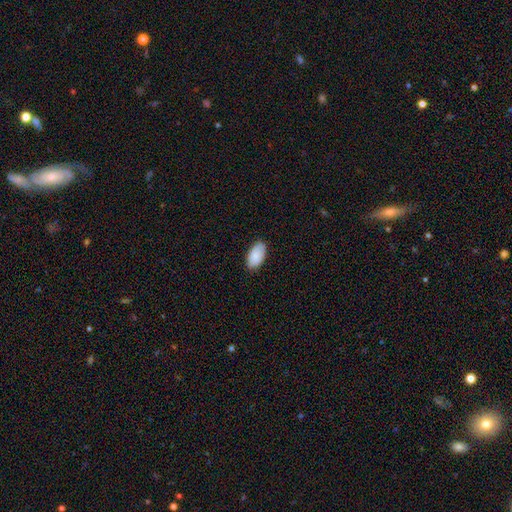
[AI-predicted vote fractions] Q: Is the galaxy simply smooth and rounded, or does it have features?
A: smooth — 88%.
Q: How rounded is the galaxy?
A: in between — 96%.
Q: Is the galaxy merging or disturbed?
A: none — 84%.